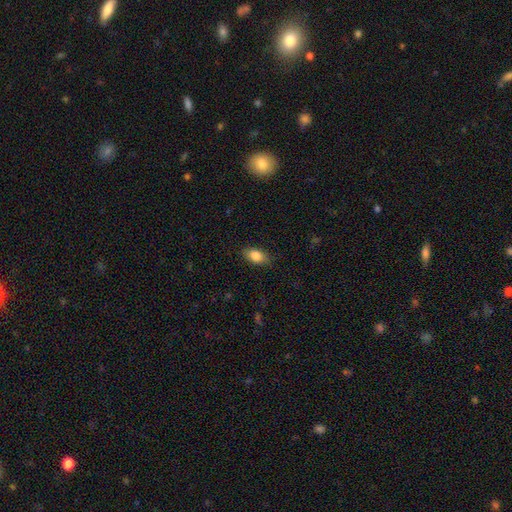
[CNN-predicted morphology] smooth-or-featured: smooth: 83% | featured or disk: 9% | star or artifact: 8%
  how-rounded: in between: 87% | round: 8% | cigar-shaped: 5%
  merging: none: 85% | minor disturbance: 11% | major disturbance: 3% | merger: 1%